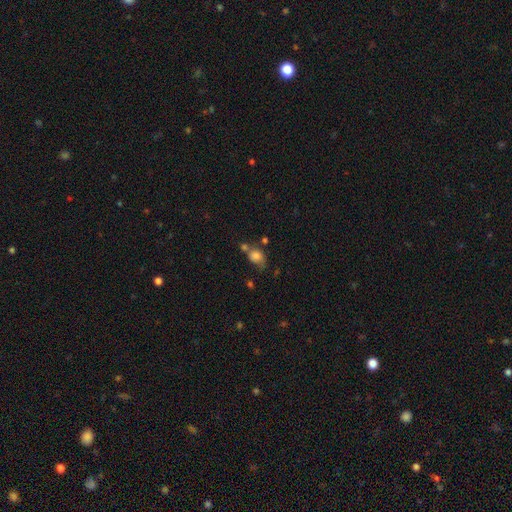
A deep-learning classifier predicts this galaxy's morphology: Smooth or featured: smooth — 71% (featured or disk — 17%)
How rounded: round — 50% (in between — 48%)
Merging: none — 35% (merger — 26%)